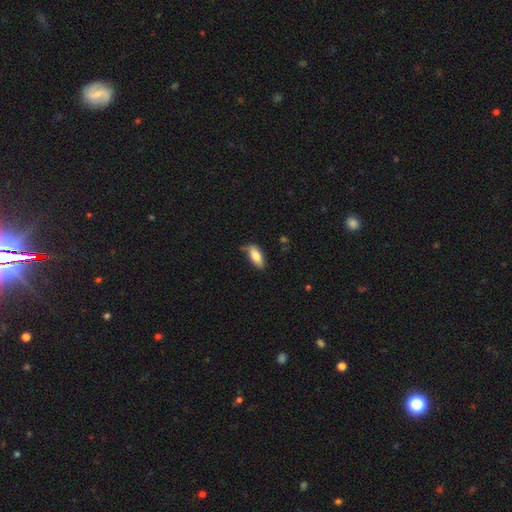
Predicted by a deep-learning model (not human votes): smooth 80%, featured or disk 14%, star or artifact 7%. Down the decision tree: how rounded — in between (83%); merging — none (63%).